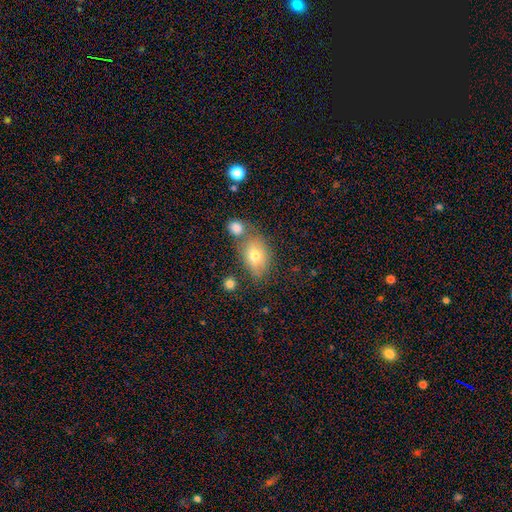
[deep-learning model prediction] smooth-or-featured: smooth: 72% | featured or disk: 18% | star or artifact: 10%
  how-rounded: in between: 80% | round: 18% | cigar-shaped: 2%
  merging: none: 54% | merger: 25% | minor disturbance: 16% | major disturbance: 5%